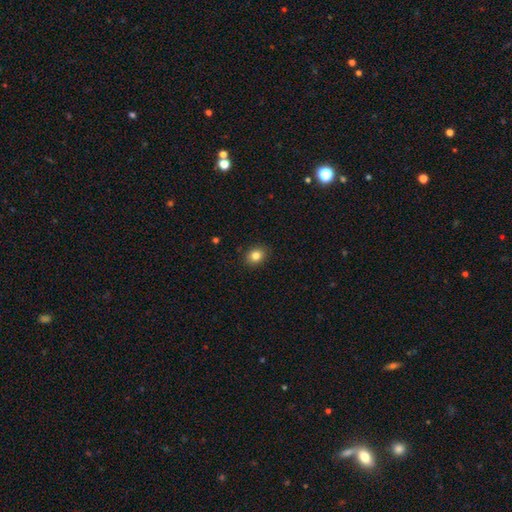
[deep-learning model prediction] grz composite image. It shows a smooth galaxy with no disk features (83%) that is round (54%). Merging: none (89%).